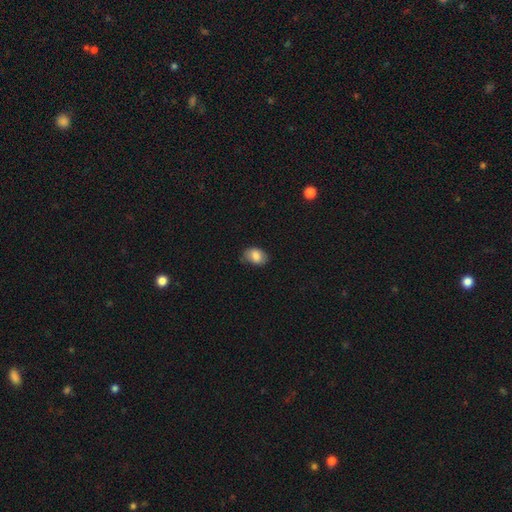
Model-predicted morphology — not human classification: A smooth galaxy with no disk features (82%) that is in between round and cigar-shaped (80%). Merging: none (69%).